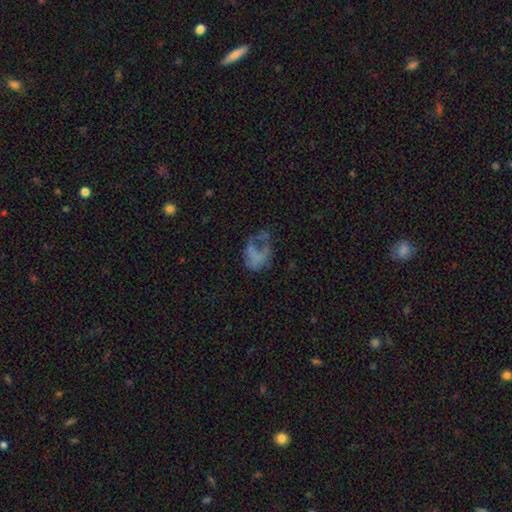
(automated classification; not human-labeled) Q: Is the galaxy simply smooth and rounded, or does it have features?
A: featured or disk — 44%.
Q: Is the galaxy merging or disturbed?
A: major disturbance — 45%.